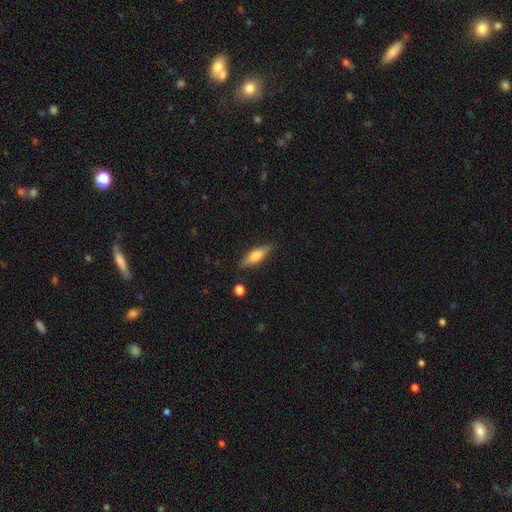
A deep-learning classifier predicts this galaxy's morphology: Smooth or featured? smooth (64%)
How rounded? cigar-shaped (49%)
Merging? none (84%)